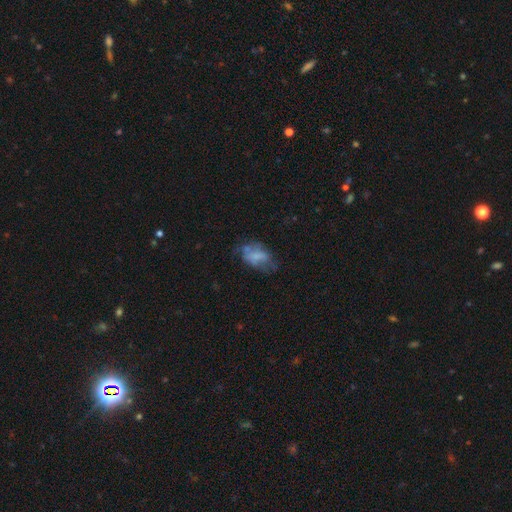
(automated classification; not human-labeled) Smooth or featured? smooth (53%)
How rounded? in between (87%)
Merging? none (40%)